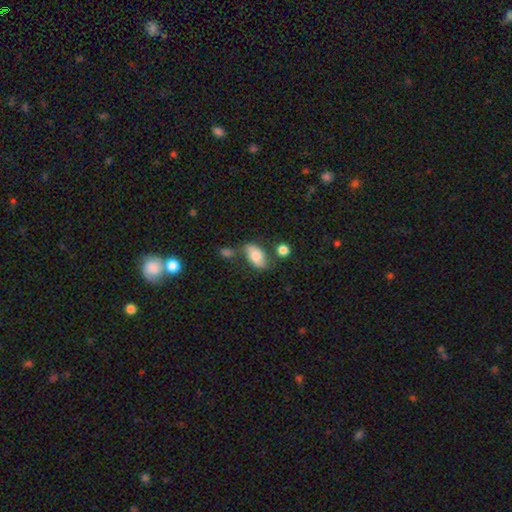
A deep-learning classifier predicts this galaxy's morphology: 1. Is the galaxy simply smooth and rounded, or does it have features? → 69% smooth, 23% featured or disk, 8% star or artifact.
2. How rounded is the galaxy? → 91% in between, 6% round, 3% cigar-shaped.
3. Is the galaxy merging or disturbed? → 59% none, 20% minor disturbance, 14% merger, 7% major disturbance.